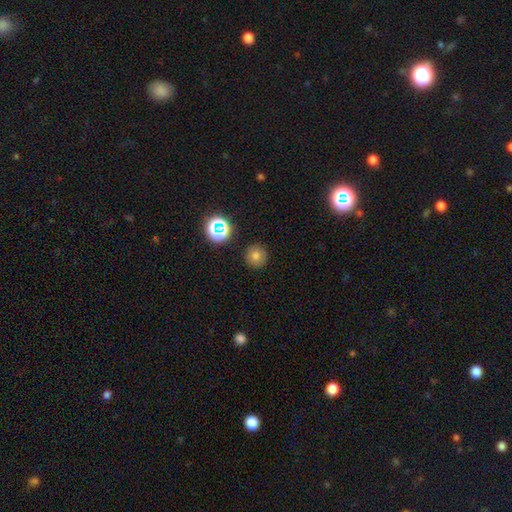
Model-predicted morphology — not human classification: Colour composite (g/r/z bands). It shows a smooth galaxy with no disk features (73%) that is round (95%). Merging: none (90%).